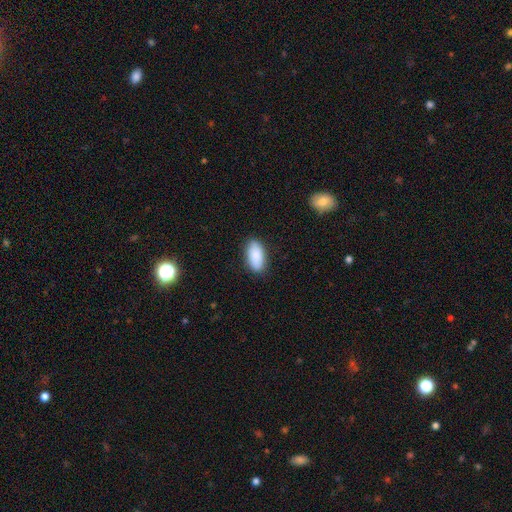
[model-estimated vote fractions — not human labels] Morphology: type=smooth (89%); roundness=in between (92%); merging=none (86%).